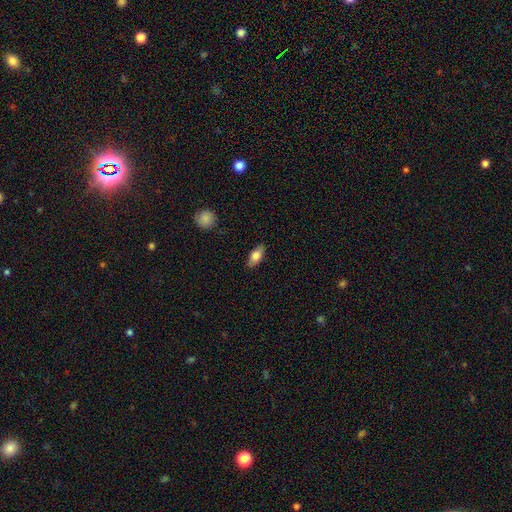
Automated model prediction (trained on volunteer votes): This is likely a smooth galaxy (77%). How rounded: clearly in between (85%). Merging: clearly none (87%).